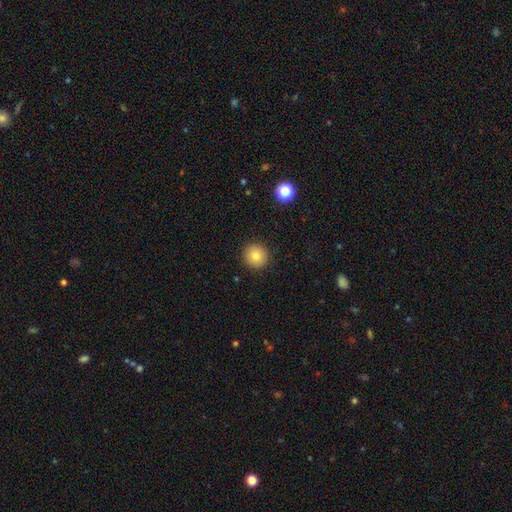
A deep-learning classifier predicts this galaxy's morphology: Overall: smooth (80%). How rounded: round (95%). Merging: none (92%).